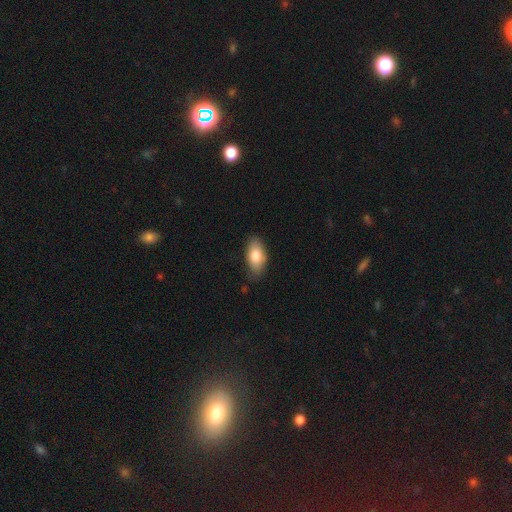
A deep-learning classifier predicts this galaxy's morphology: Smooth or featured: smooth — 80% (featured or disk — 13%)
How rounded: in between — 92% (round — 4%)
Merging: none — 76% (minor disturbance — 19%)